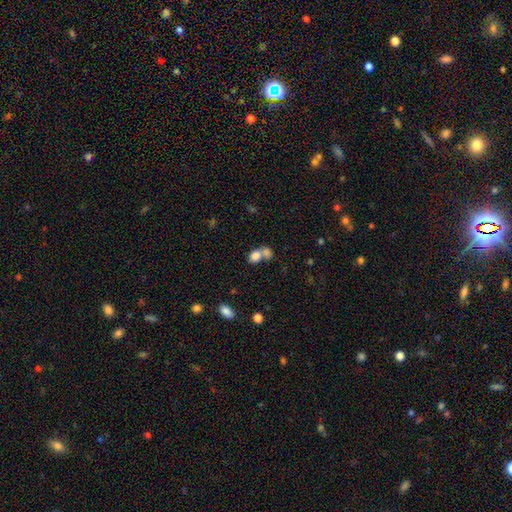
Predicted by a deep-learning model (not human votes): Smooth or featured? Predicted: smooth (p=0.80). How rounded? Predicted: in between (p=0.67). Merging? Predicted: merger (p=0.62).